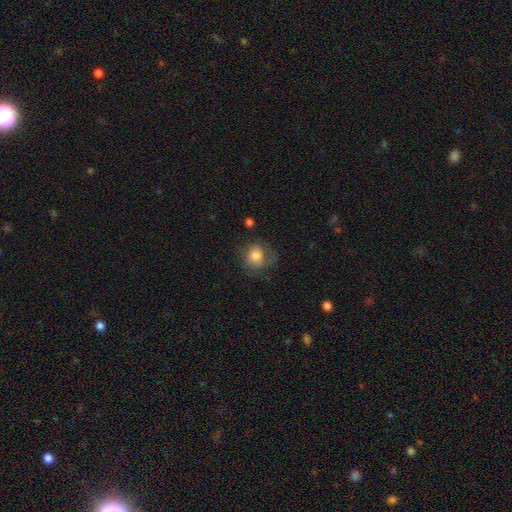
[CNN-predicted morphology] Smooth or featured? Predicted: smooth (p=0.72). How rounded? Predicted: round (p=0.73). Merging? Predicted: none (p=0.53).